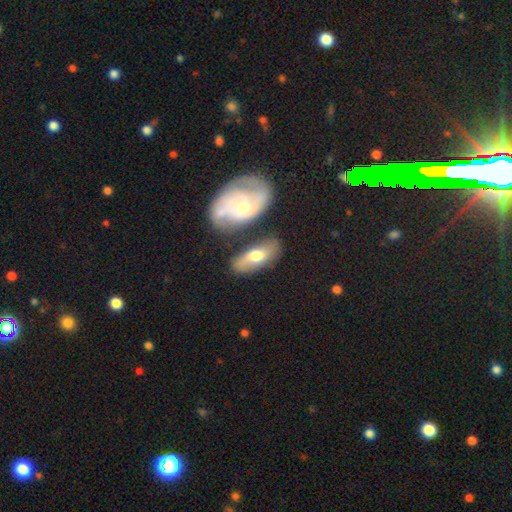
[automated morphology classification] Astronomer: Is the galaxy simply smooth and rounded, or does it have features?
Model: smooth — 57% (runner-up: featured or disk, 37%).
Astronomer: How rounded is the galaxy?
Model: in between — 80%.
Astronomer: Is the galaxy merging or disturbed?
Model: none — 60%.